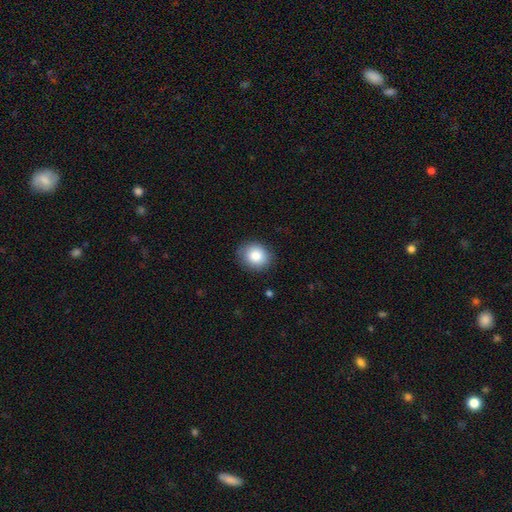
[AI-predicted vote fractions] The model was most divided on "how rounded": round: 70%, in between: 29%, cigar-shaped: 1%. More confident: smooth or featured — smooth (85%); merging — none (85%).